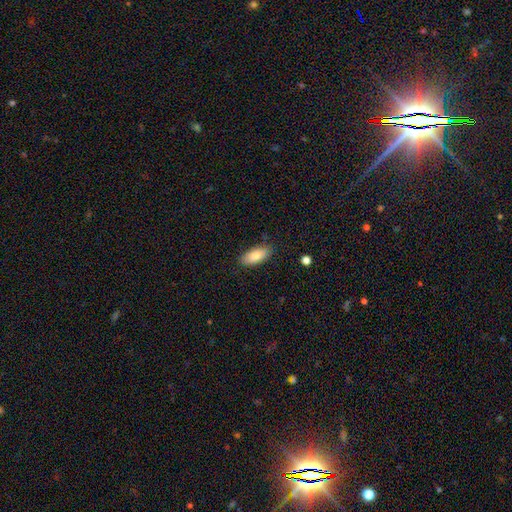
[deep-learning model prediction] This appears to be a smooth galaxy with no disk features (82%) that is in between round and cigar-shaped (85%). Merging: none (85%).